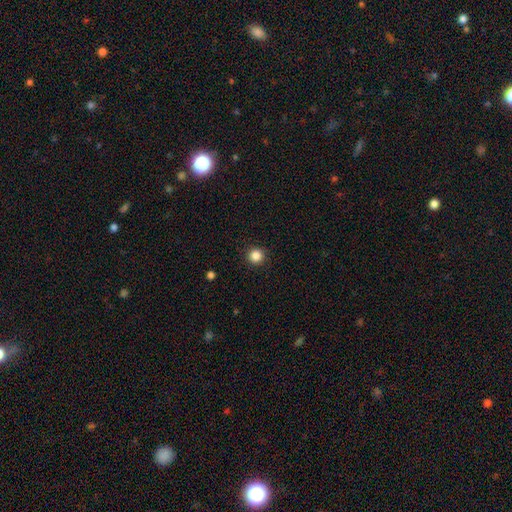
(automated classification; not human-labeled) Smooth or featured: smooth — 85% (star or artifact — 11%)
How rounded: round — 95% (in between — 4%)
Merging: none — 92% (minor disturbance — 5%)